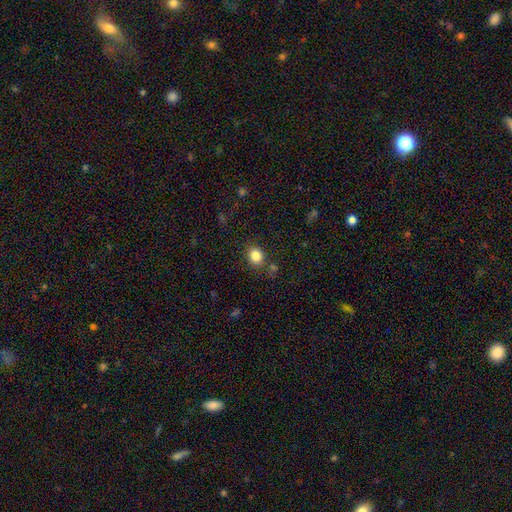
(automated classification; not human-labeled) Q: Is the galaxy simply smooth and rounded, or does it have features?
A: smooth — 84%.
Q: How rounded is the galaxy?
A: round — 62%.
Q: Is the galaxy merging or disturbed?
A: none — 83%.